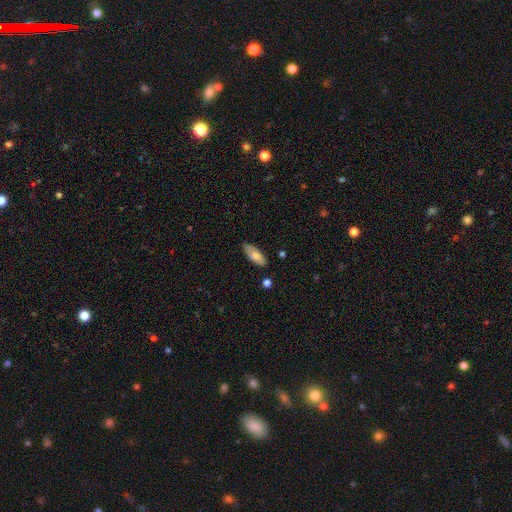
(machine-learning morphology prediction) The model was most divided on "smooth or featured": smooth: 73%, featured or disk: 20%, star or artifact: 6%. More confident: how rounded — in between (78%); merging — none (76%).